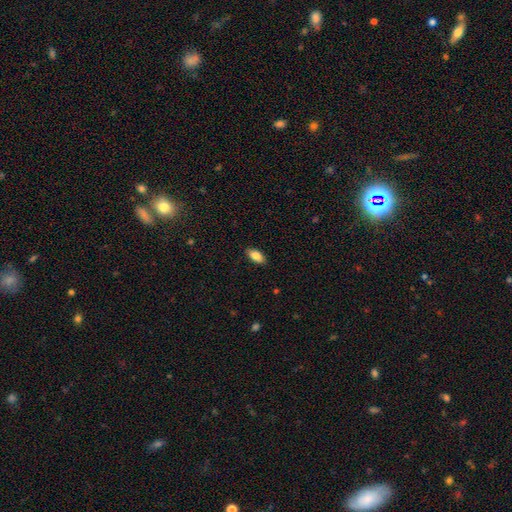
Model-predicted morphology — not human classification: Smooth or featured?
  - smooth: 83% *
  - featured or disk: 10%
  - star or artifact: 7%
How rounded?
  - in between: 89% *
  - cigar-shaped: 9%
  - round: 3%
Merging?
  - none: 88% *
  - minor disturbance: 9%
  - major disturbance: 2%
  - merger: 1%